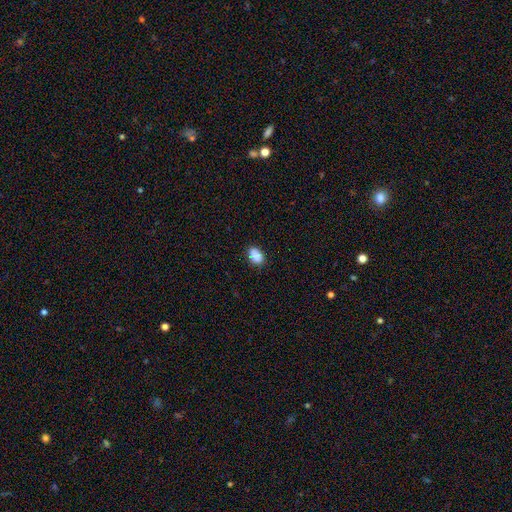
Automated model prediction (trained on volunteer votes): Smooth or featured? Predicted: smooth (p=0.87). How rounded? Predicted: in between (p=0.85). Merging? Predicted: none (p=0.74).